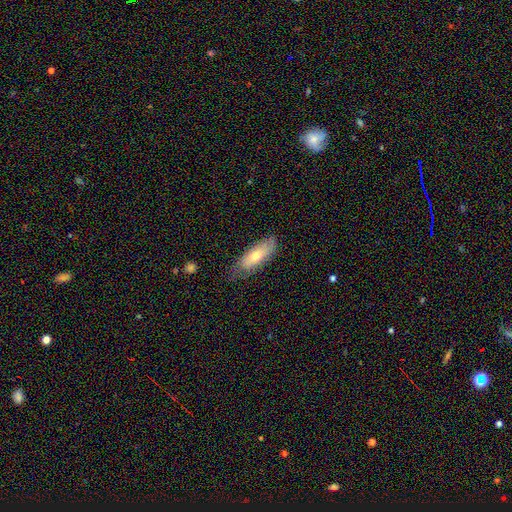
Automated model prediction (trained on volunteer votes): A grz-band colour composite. It shows a smooth galaxy with no disk features (59%) that is in between round and cigar-shaped (69%). Merging: none (64%).